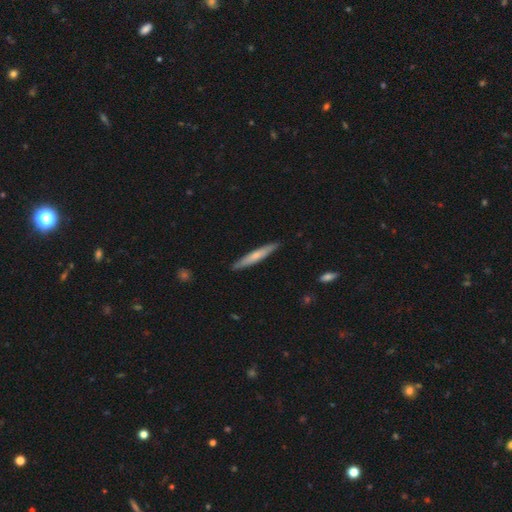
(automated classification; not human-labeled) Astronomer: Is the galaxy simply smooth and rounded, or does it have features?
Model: smooth — 58% (runner-up: featured or disk, 37%).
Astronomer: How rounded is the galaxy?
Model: cigar-shaped — 94%.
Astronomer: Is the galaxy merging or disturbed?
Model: none — 88%.